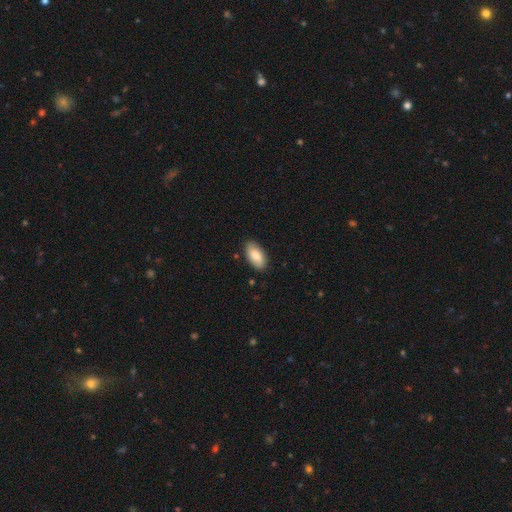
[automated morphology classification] smooth 83%, featured or disk 11%, star or artifact 6%. Down the decision tree: how rounded — in between (93%); merging — none (84%).